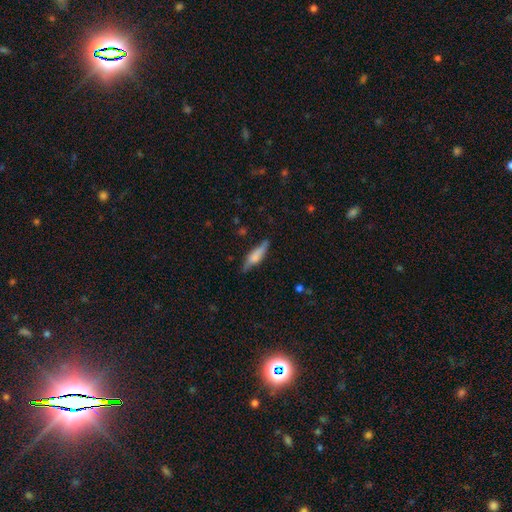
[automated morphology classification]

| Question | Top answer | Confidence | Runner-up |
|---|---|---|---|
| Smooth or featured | smooth | 58% | featured or disk (35%) |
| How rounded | cigar-shaped | 68% | in between (30%) |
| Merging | none | 75% | minor disturbance (19%) |